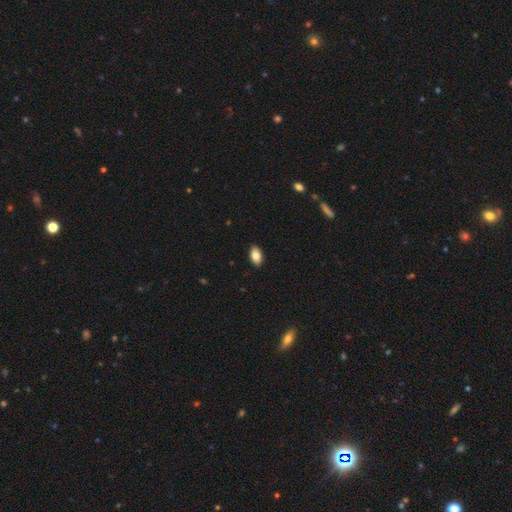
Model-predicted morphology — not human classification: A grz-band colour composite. It shows a smooth galaxy with no disk features (85%) that is in between round and cigar-shaped (92%). Merging: none (90%).